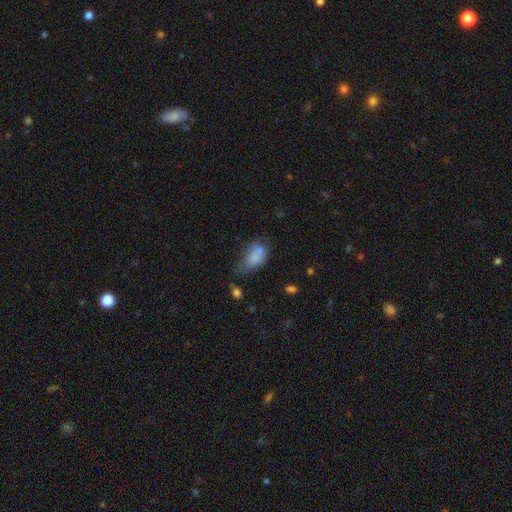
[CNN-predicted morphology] Overall: smooth (76%). How rounded: in between (88%). Merging: minor disturbance (34%; none 30%).